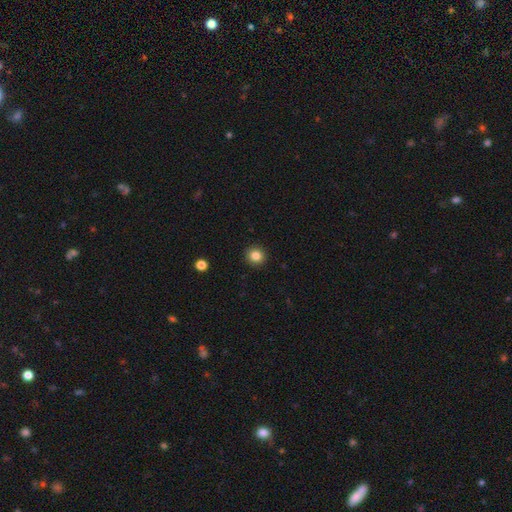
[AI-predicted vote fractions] Morphology: type=smooth (84%); roundness=round (91%); merging=none (92%).